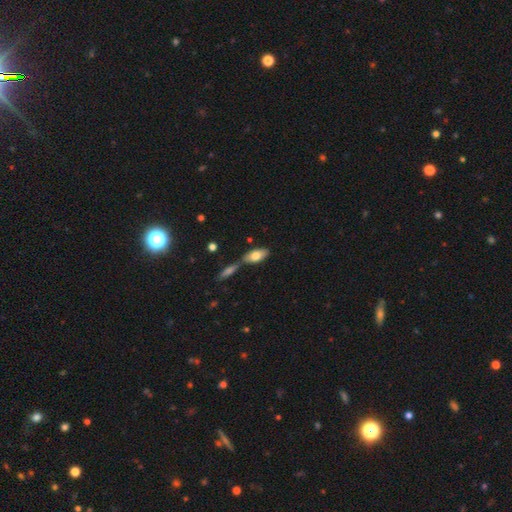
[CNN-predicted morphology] Q: Smooth or featured?
A: smooth (75%); runner-up: featured or disk (18%)
Q: How rounded?
A: in between (85%); runner-up: cigar-shaped (13%)
Q: Merging?
A: none (47%); runner-up: merger (36%)